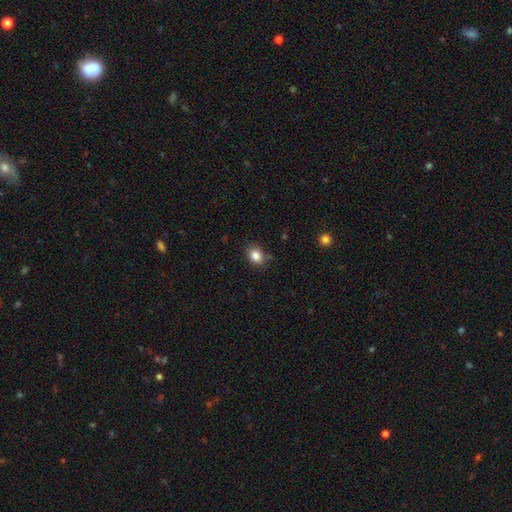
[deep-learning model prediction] Smooth or featured?
  - smooth: 85% *
  - star or artifact: 10%
  - featured or disk: 5%
How rounded?
  - round: 56% *
  - in between: 44%
  - cigar-shaped: 1%
Merging?
  - none: 83% *
  - minor disturbance: 12%
  - major disturbance: 3%
  - merger: 2%